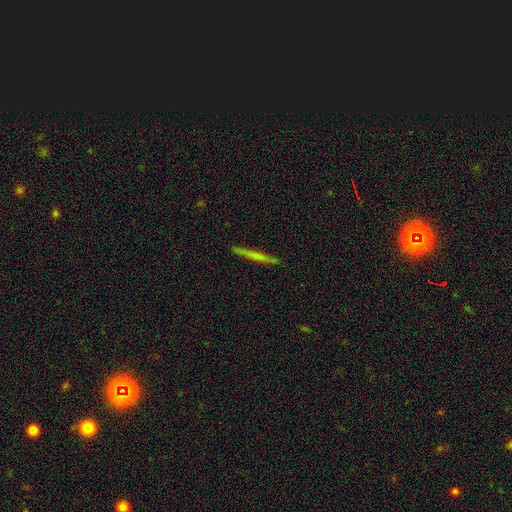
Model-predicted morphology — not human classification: smooth 54%, featured or disk 39%, star or artifact 7%. Down the decision tree: how rounded — cigar-shaped (96%); merging — none (91%).